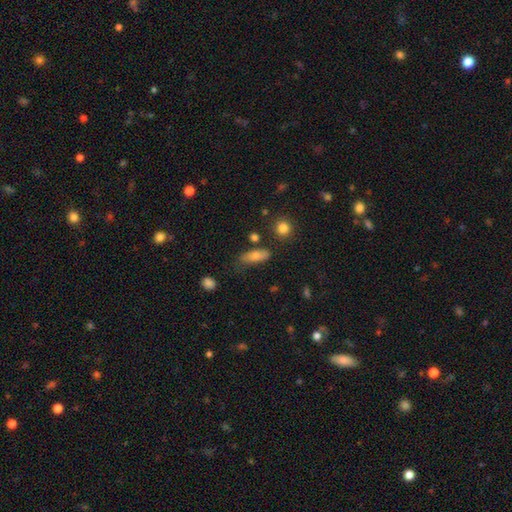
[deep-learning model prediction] Morphology: type=smooth (77%); roundness=in between (70%); merging=none (60%).